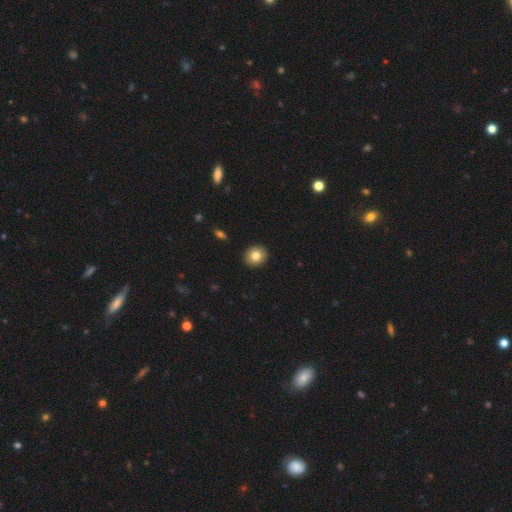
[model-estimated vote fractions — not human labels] Overall: smooth (81%). How rounded: round (76%). Merging: none (92%).